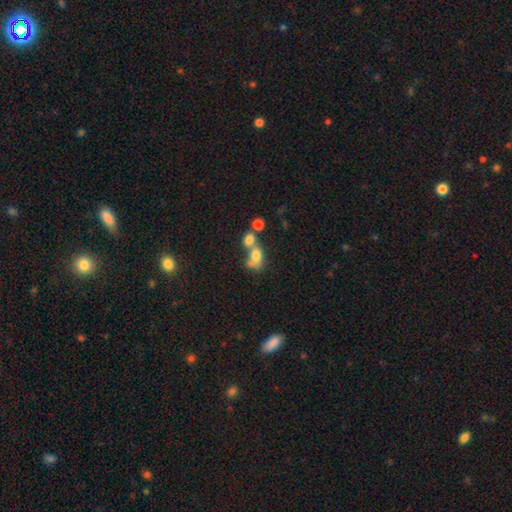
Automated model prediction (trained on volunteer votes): The model was most divided on "how rounded": in between: 63%, round: 34%, cigar-shaped: 3%. More confident: smooth or featured — smooth (69%); merging — merger (62%).